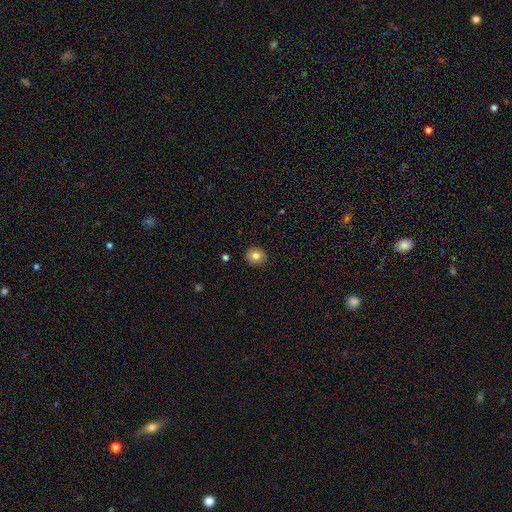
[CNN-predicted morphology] A smooth galaxy with no disk features (80%) that is round (80%).

Vote fractions:
- Smooth or featured? smooth: 80% / featured or disk: 11% / star or artifact: 9%
- How rounded? round: 80% / in between: 19% / cigar-shaped: 1%
- Merging? none: 90% / minor disturbance: 7% / major disturbance: 2% / merger: 1%